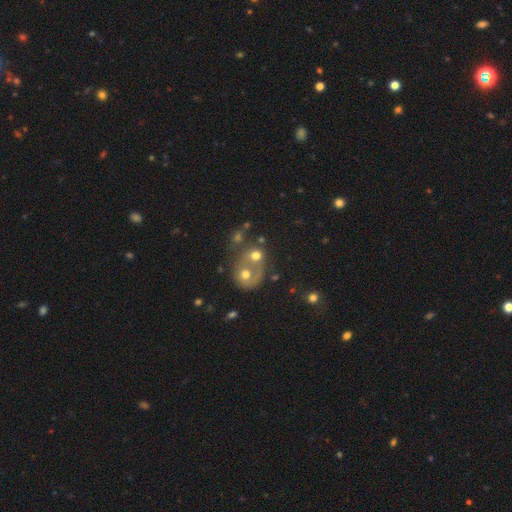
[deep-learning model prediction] Smooth or featured: smooth — 57% (featured or disk — 29%)
How rounded: round — 74% (in between — 25%)
Merging: merger — 60% (none — 24%)